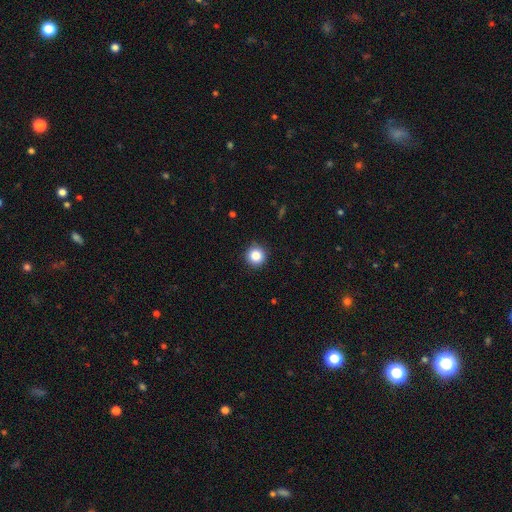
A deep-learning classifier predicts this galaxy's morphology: Smooth or featured? Predicted: smooth (p=0.86). How rounded? Predicted: round (p=0.95). Merging? Predicted: none (p=0.90).